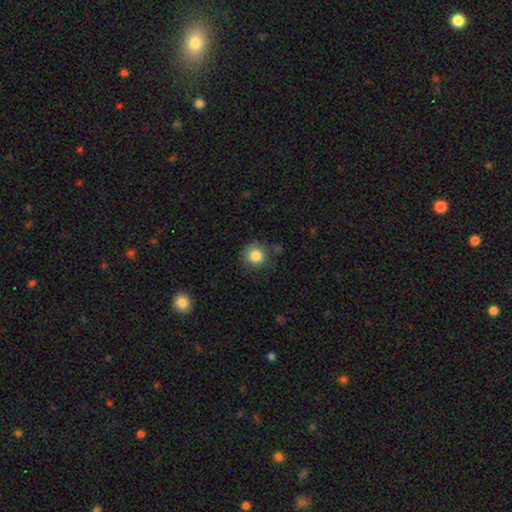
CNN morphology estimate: Smooth or featured? smooth (84%)
How rounded? round (92%)
Merging? none (77%)